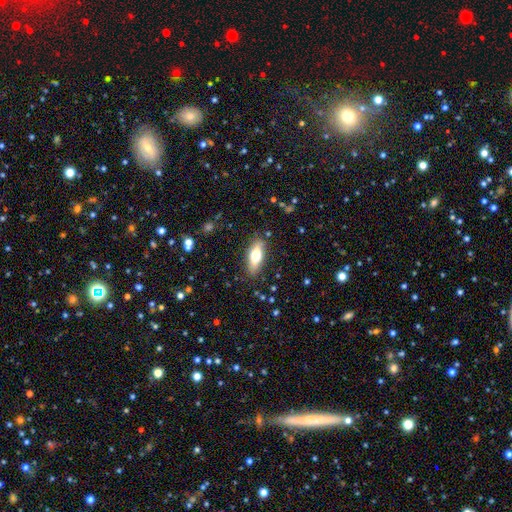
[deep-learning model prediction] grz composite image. It shows a smooth galaxy with no disk features (69%) that is in between round and cigar-shaped (73%). Merging: none (84%).